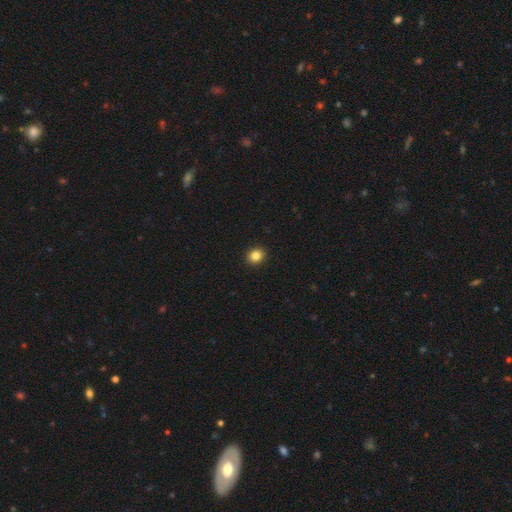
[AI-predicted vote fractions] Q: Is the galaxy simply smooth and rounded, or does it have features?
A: smooth — 85%.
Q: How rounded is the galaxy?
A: round — 68%.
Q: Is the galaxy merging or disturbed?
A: none — 92%.